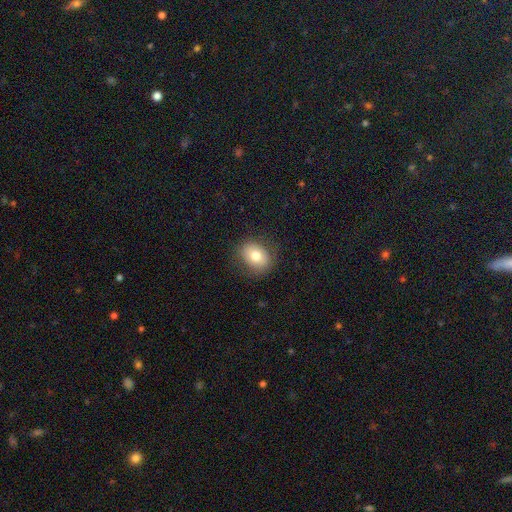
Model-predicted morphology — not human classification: This appears to be a smooth galaxy with no disk features (77%) that is in between round and cigar-shaped (58%). Merging: none (82%).